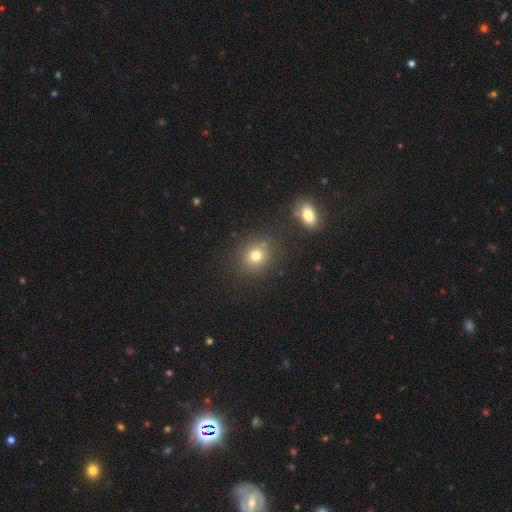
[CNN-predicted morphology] Smooth or featured? Predicted: smooth (p=0.76). How rounded? Predicted: round (p=0.78). Merging? Predicted: none (p=0.80).